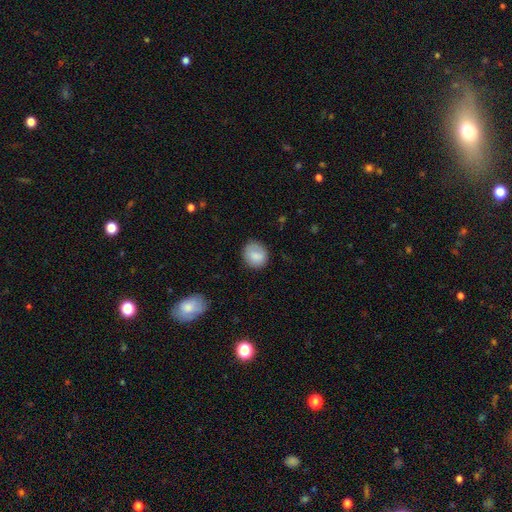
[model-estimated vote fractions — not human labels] smooth-or-featured: smooth: 83% | featured or disk: 9% | star or artifact: 7%
  how-rounded: round: 75% | in between: 24% | cigar-shaped: 1%
  merging: none: 79% | minor disturbance: 15% | major disturbance: 4% | merger: 1%